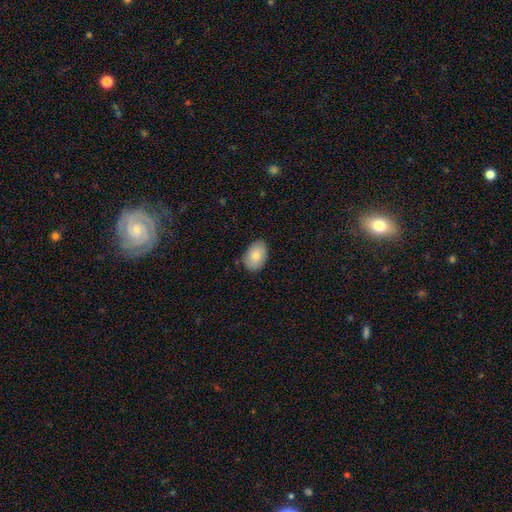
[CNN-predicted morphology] This appears to be a smooth galaxy with no disk features (79%) that is in between round and cigar-shaped (87%). Merging: none (79%).